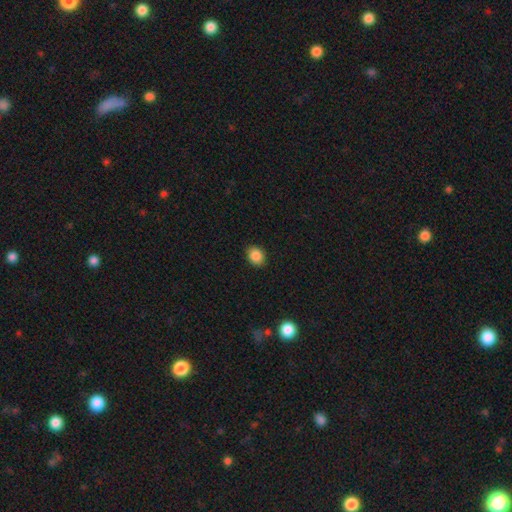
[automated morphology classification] The model was most divided on "how rounded": in between: 51%, round: 48%, cigar-shaped: 1%. More confident: merging — none (89%); smooth or featured — smooth (87%).